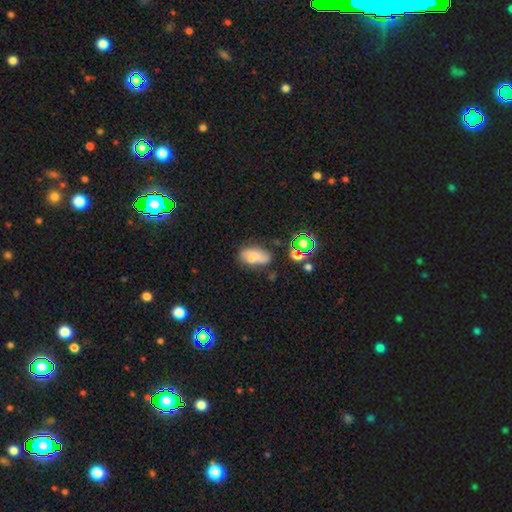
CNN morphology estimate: Smooth or featured? smooth (57%)
How rounded? in between (85%)
Merging? none (54%)